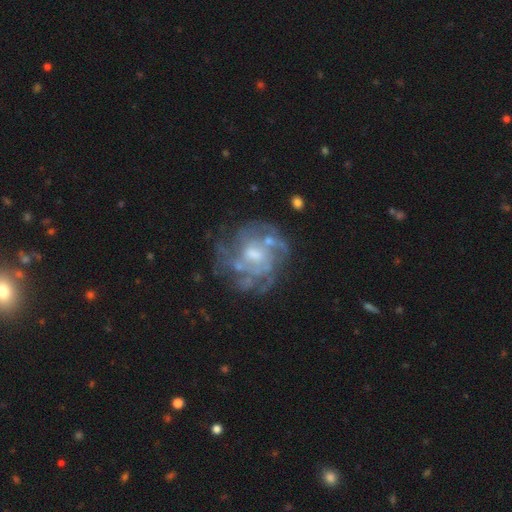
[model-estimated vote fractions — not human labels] Overall: featured or disk (81%). Edge-on disk: no (98%). Bar: no (56%; weak 38%). Spiral arms: yes (83%). Spiral arm count: can't tell (45%; 4 17%). Spiral winding: tight (51%; medium 36%). Bulge size: moderate (53%; small 32%). Merging: none (65%).